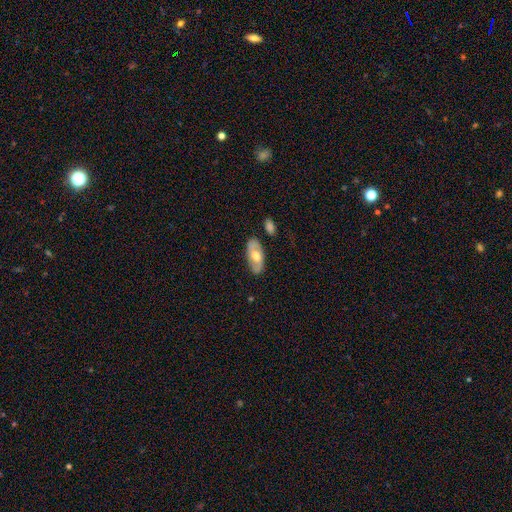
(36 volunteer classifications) Smooth or featured?
  - smooth: 50% *
  - featured or disk: 44%
  - star or artifact: 6%
How rounded?
  - in between: 100% *
  - round: 0%
  - cigar-shaped: 0%
Merging?
  - none: 79% *
  - minor disturbance: 15%
  - major disturbance: 3%
  - merger: 3%